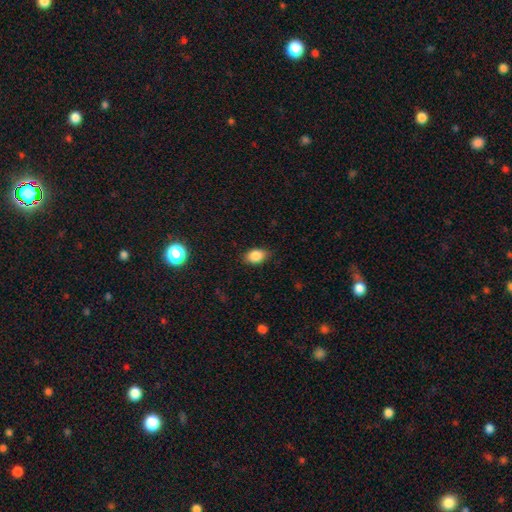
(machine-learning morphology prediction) A smooth galaxy with no disk features (86%) that is in between round and cigar-shaped (83%). Merging: none (82%).